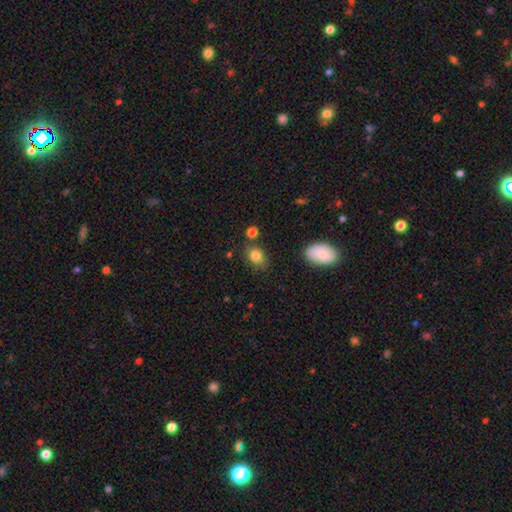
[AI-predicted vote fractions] Q: Smooth or featured?
A: smooth (81%); runner-up: star or artifact (11%)
Q: How rounded?
A: in between (60%); runner-up: round (38%)
Q: Merging?
A: none (72%); runner-up: minor disturbance (18%)